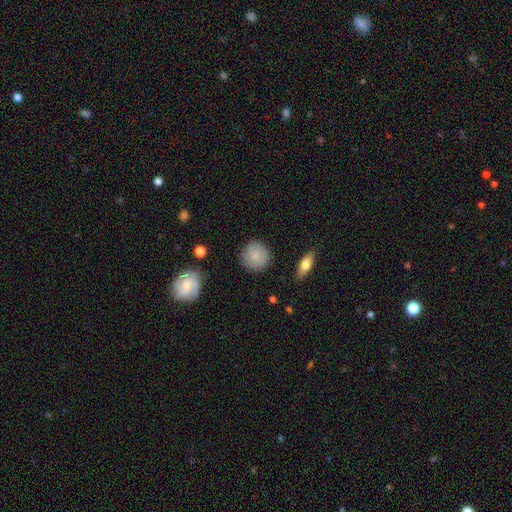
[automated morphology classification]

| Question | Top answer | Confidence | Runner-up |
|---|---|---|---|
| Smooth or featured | smooth | 81% | featured or disk (12%) |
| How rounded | round | 91% | in between (8%) |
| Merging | none | 85% | minor disturbance (11%) |